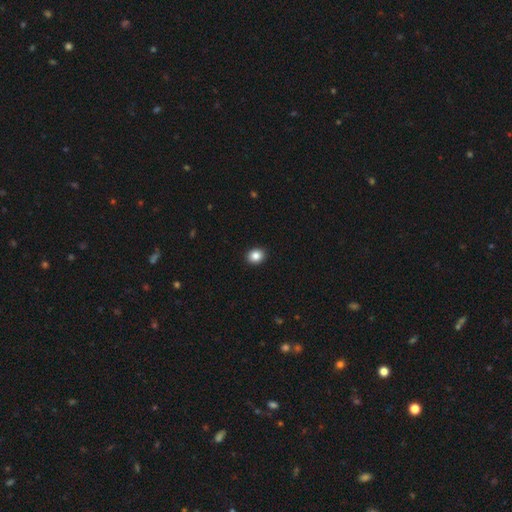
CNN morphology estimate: smooth-or-featured: smooth: 86% | star or artifact: 10% | featured or disk: 5%
  how-rounded: round: 63% | in between: 36% | cigar-shaped: 1%
  merging: none: 93% | minor disturbance: 5% | major disturbance: 1% | merger: 1%